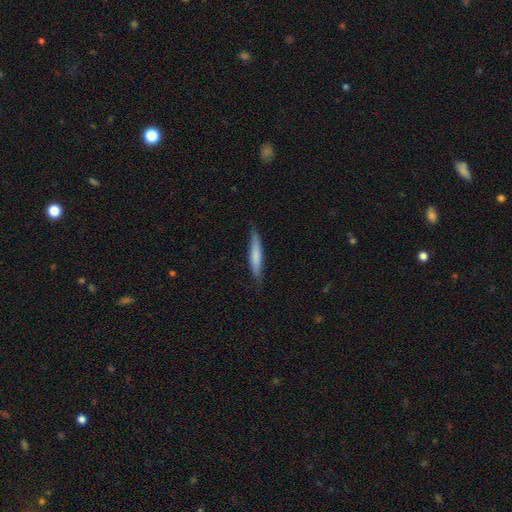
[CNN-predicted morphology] Smooth or featured? smooth (69%)
How rounded? cigar-shaped (92%)
Merging? none (81%)